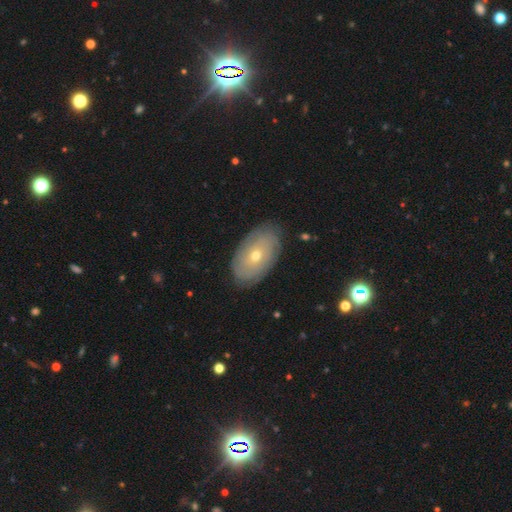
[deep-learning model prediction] A featured or disk galaxy (56%) with no bar (84%), spiral arms (59%) and a small central bulge (59%).

Vote fractions:
- Smooth or featured? featured or disk: 56% / smooth: 36% / star or artifact: 8%
- Edge-on disk? no: 90% / yes: 10%
- Bar? no: 84% / weak: 13% / strong: 3%
- Spiral arms? yes: 59% / no: 41%
- Bulge size? small: 59% / moderate: 39% / large: 1% / dominant: 1% / none: 1%
- Merging? none: 84% / minor disturbance: 12% / major disturbance: 3% / merger: 1%